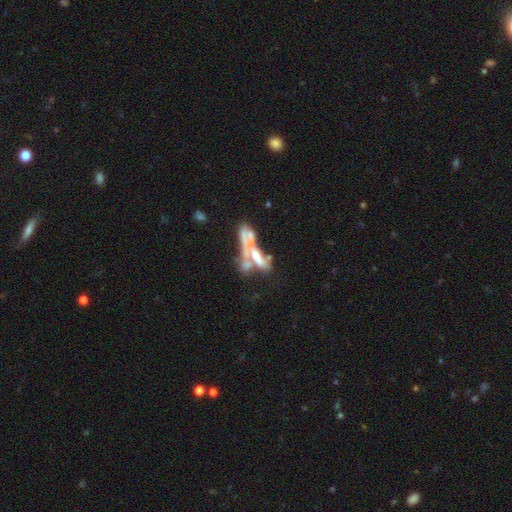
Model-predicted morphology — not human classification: type=featured or disk (58%); edge-on=no (75%); merging=merger (54%).